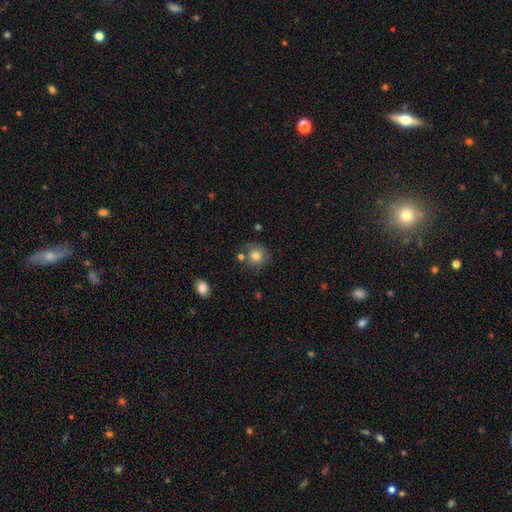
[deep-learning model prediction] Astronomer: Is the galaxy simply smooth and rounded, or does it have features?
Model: smooth — 78%.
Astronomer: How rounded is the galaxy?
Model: round — 88%.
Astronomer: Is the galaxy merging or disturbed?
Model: none — 70%.